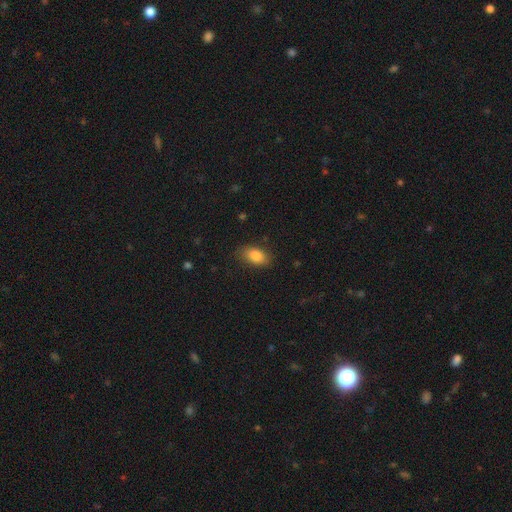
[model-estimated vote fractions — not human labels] A smooth galaxy with no disk features (85%) that is in between round and cigar-shaped (90%). Merging: none (83%).